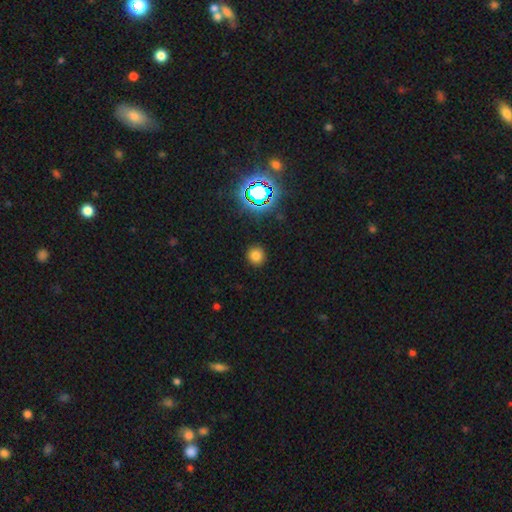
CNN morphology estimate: The model was most divided on "smooth or featured": smooth: 74%, star or artifact: 20%, featured or disk: 6%. More confident: how rounded — round (92%); merging — none (91%).